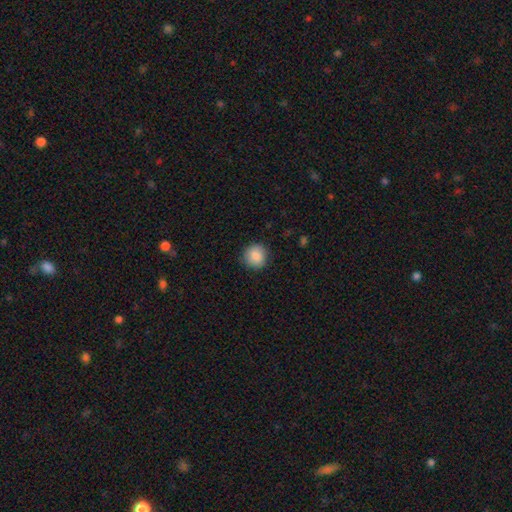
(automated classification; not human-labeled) The model was most divided on "smooth or featured": smooth: 87%, star or artifact: 8%, featured or disk: 5%. More confident: how rounded — round (92%); merging — none (89%).